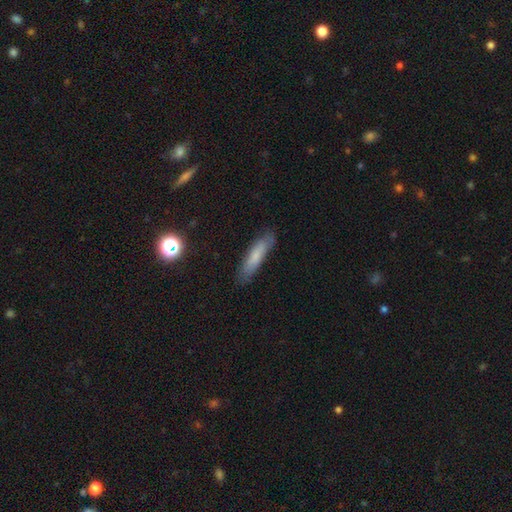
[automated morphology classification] Smooth or featured?
  - smooth: 71% *
  - featured or disk: 21%
  - star or artifact: 8%
How rounded?
  - cigar-shaped: 78% *
  - in between: 20%
  - round: 2%
Merging?
  - none: 83% *
  - minor disturbance: 13%
  - major disturbance: 3%
  - merger: 1%